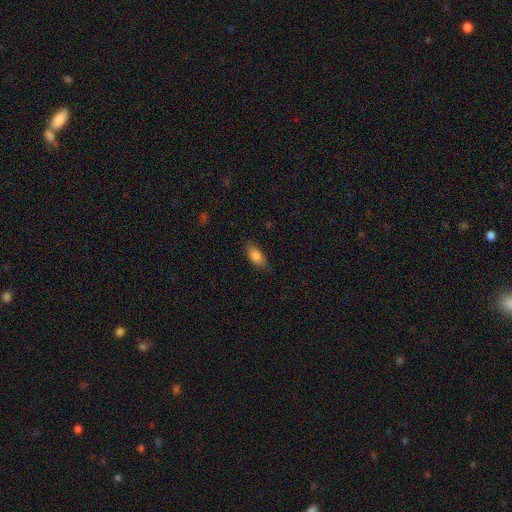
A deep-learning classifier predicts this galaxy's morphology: This appears to be a smooth galaxy with no disk features (80%) that is in between round and cigar-shaped (84%). Merging: none (79%).